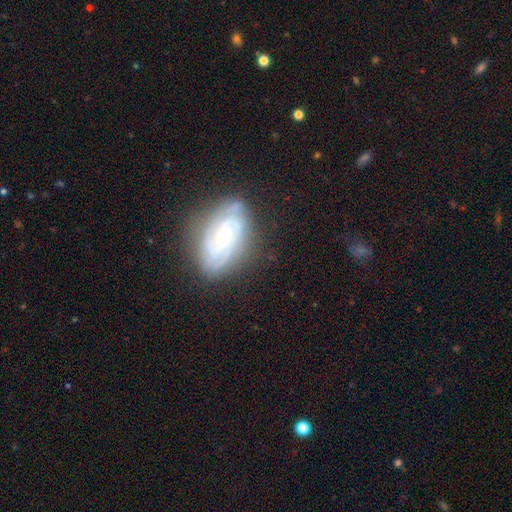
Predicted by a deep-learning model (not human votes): This is possibly a featured or disk galaxy (53%). It is clearly not viewed edge-on (89%). Merging: likely none (75%).